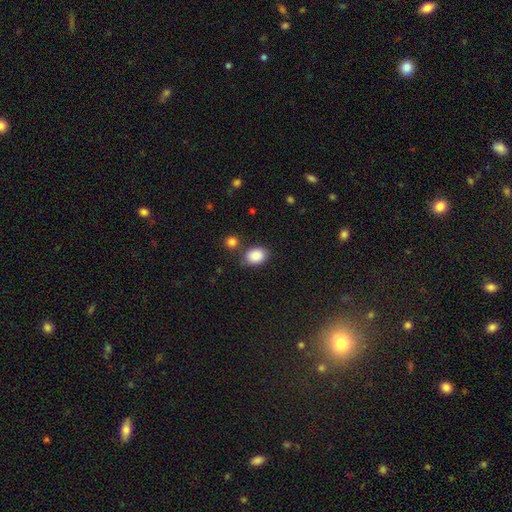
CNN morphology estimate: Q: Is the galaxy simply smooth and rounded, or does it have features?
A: smooth — 88%.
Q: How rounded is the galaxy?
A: in between — 73%.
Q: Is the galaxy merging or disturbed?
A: none — 74%.